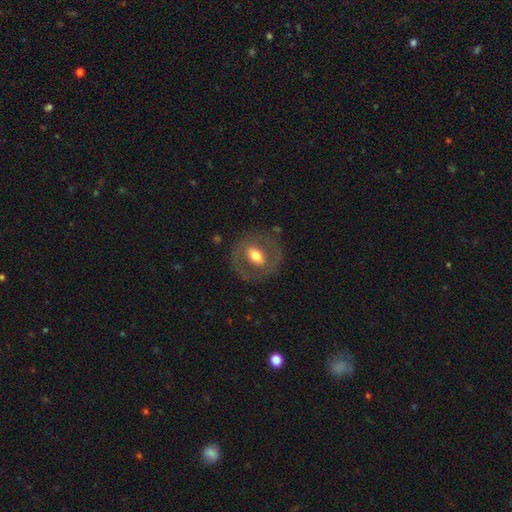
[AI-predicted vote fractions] featured or disk 51%, smooth 42%, star or artifact 6%. Down the decision tree: edge-on disk — no (93%); merging — none (77%).